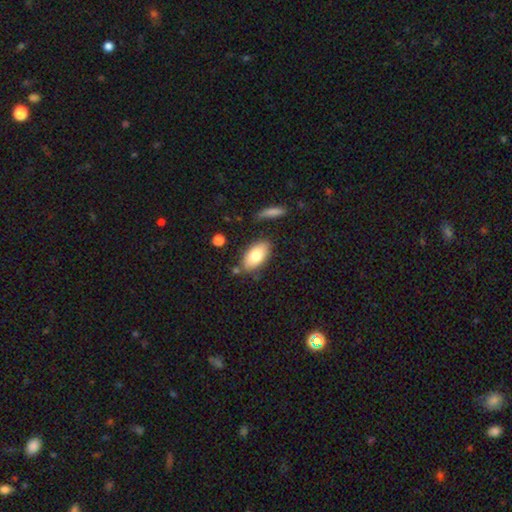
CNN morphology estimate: smooth-or-featured: smooth: 78% | featured or disk: 16% | star or artifact: 7%
  how-rounded: in between: 92% | round: 4% | cigar-shaped: 4%
  merging: none: 78% | minor disturbance: 13% | merger: 5% | major disturbance: 3%